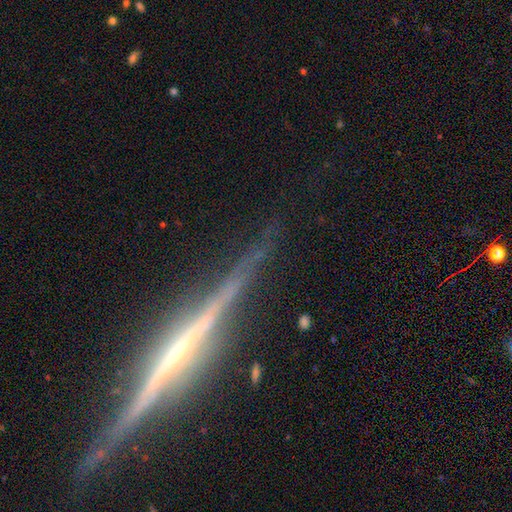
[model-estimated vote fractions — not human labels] Q: Smooth or featured?
A: featured or disk (79%); runner-up: smooth (11%)
Q: Edge-on disk?
A: yes (96%); runner-up: no (4%)
Q: Edge-on bulge?
A: none (66%); runner-up: rounded (23%)
Q: Merging?
A: none (78%); runner-up: minor disturbance (14%)